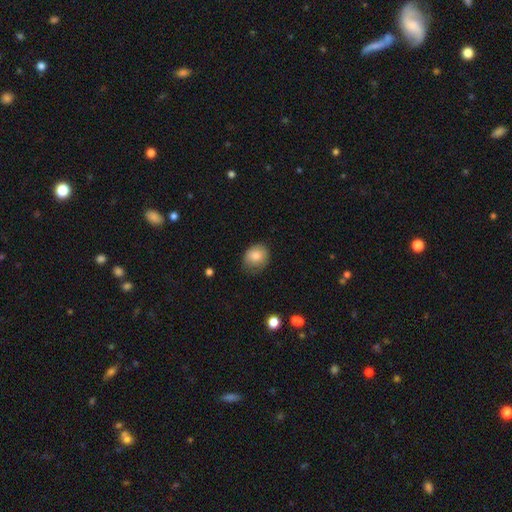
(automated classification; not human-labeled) smooth-or-featured: smooth: 80% | featured or disk: 12% | star or artifact: 8%
  how-rounded: round: 60% | in between: 39% | cigar-shaped: 1%
  merging: none: 63% | minor disturbance: 29% | major disturbance: 8% | merger: 1%